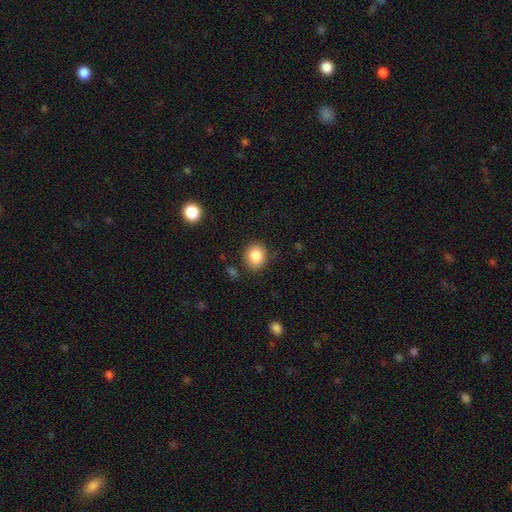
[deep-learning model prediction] Smooth or featured: smooth — 85% (star or artifact — 9%)
How rounded: round — 72% (in between — 27%)
Merging: none — 84% (minor disturbance — 11%)